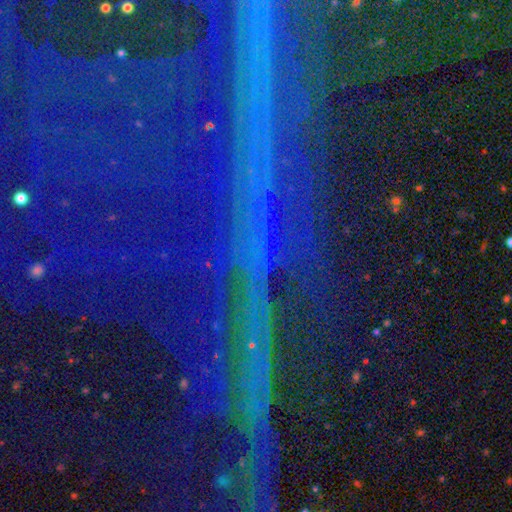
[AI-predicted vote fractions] Smooth or featured?
  - star or artifact: 87% *
  - featured or disk: 7%
  - smooth: 6%